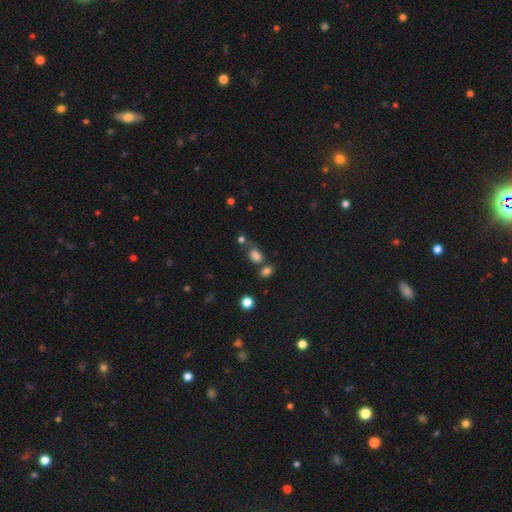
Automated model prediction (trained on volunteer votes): This appears to be a smooth galaxy with no disk features (79%) that is in between round and cigar-shaped (77%). Merging: none (51%).